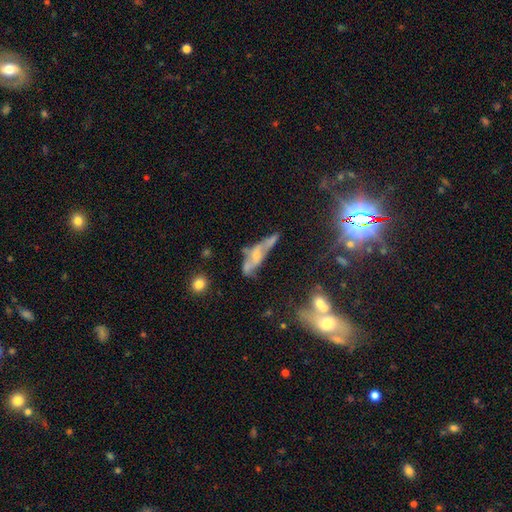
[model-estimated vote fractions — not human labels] Overall: featured or disk (55%; smooth 34%). Edge-on disk: no (69%; yes 31%). Merging: none (31%; minor disturbance 24%).